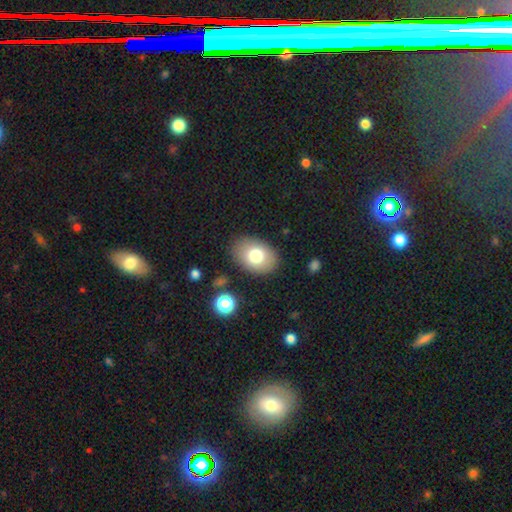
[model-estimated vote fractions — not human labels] This appears to be a smooth galaxy with no disk features (76%) that is in between round and cigar-shaped (79%). Merging: none (85%).